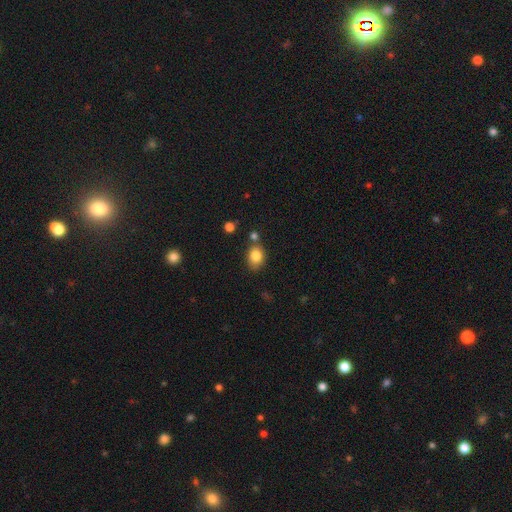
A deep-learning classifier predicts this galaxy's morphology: Smooth or featured? Predicted: smooth (p=0.84). How rounded? Predicted: in between (p=0.57). Merging? Predicted: none (p=0.70).